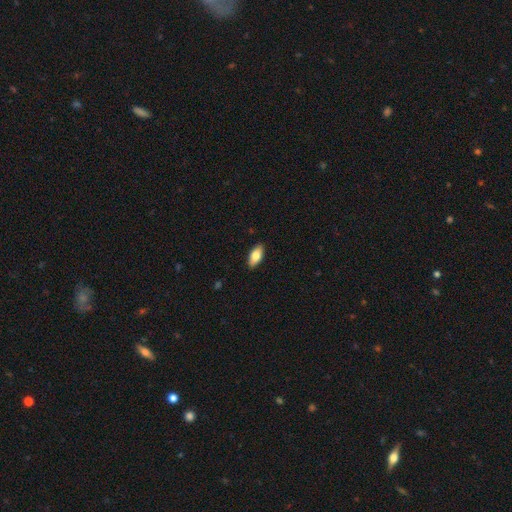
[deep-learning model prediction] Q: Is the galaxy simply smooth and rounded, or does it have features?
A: smooth — 80%.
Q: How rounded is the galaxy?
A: in between — 88%.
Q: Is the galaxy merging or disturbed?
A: none — 89%.